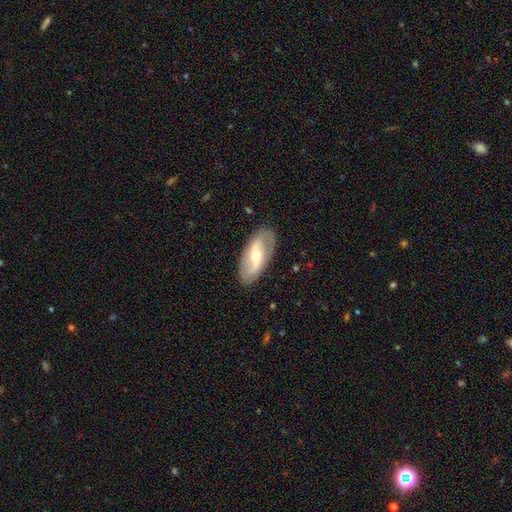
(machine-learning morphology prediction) A featured or disk galaxy (70%) with a weak bar (43%), 2 (85%) loose (51%) spiral arms (80%) and a moderate central bulge (59%). Merging: none (85%).